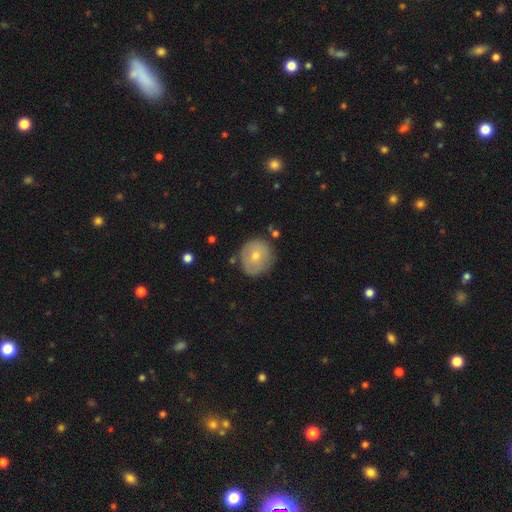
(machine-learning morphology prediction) Smooth or featured? Predicted: smooth (p=0.65). How rounded? Predicted: round (p=0.87). Merging? Predicted: none (p=0.76).